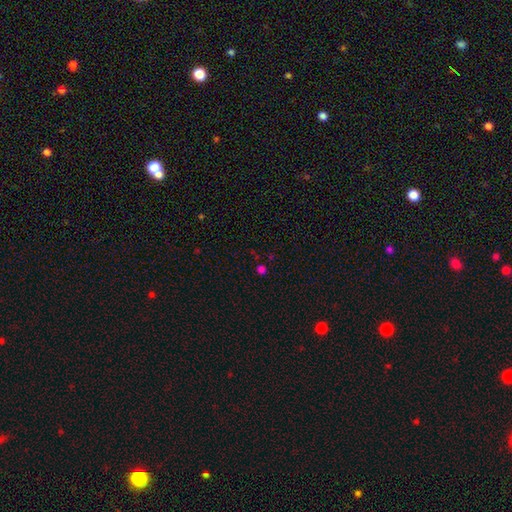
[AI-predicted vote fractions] smooth-or-featured: smooth: 52% | star or artifact: 43% | featured or disk: 5%
  how-rounded: round: 82% | in between: 17% | cigar-shaped: 1%
  merging: none: 78% | minor disturbance: 10% | merger: 7% | major disturbance: 5%